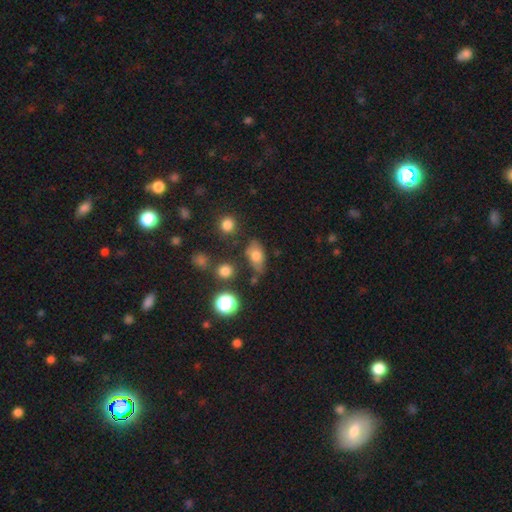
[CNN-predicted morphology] Overall: smooth (73%). How rounded: in between (84%). Merging: none (63%; minor disturbance 23%).